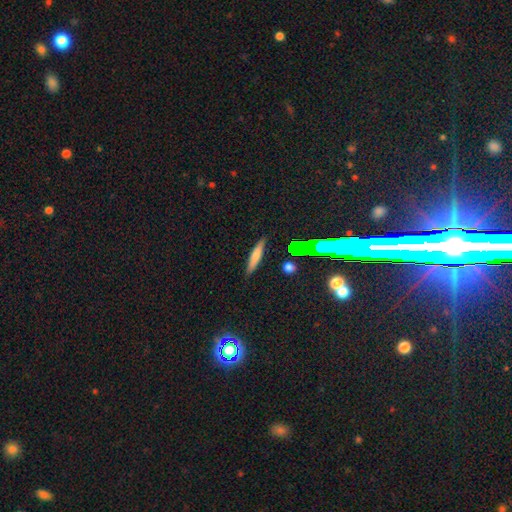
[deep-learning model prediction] A smooth galaxy with no disk features (64%) that is cigar-shaped (85%). Merging: none (86%).